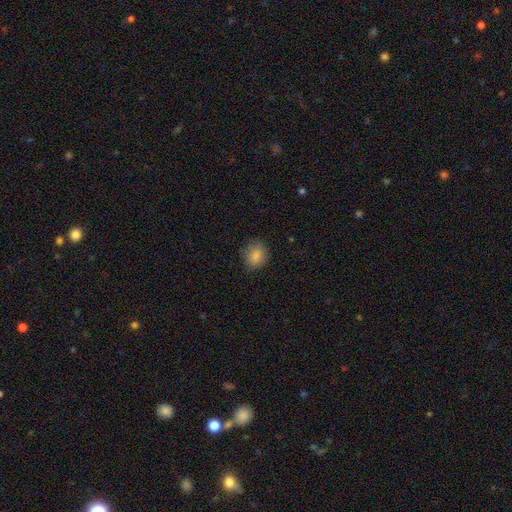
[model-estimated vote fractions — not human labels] The model was most divided on "how rounded": round: 67%, in between: 32%, cigar-shaped: 1%. More confident: smooth or featured — smooth (86%); merging — none (82%).